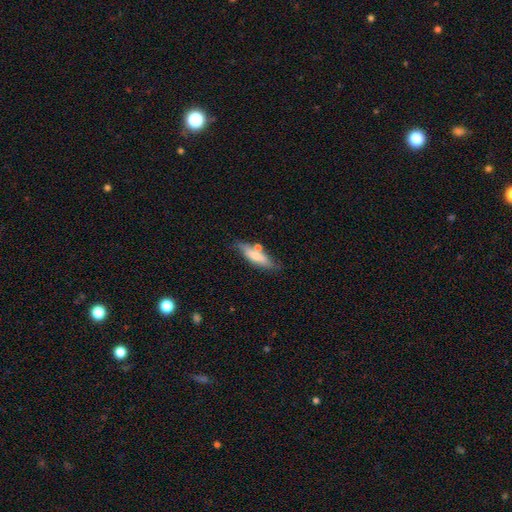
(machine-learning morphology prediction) The model was most divided on "how rounded": cigar-shaped: 59%, in between: 39%, round: 2%. More confident: smooth or featured — smooth (63%); merging — none (60%).